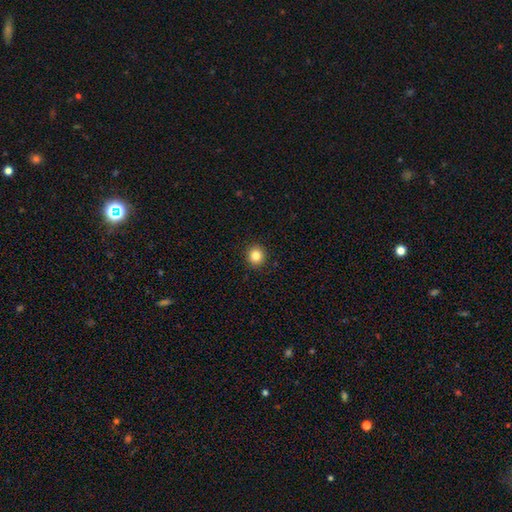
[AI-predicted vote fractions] Smooth or featured? smooth (84%)
How rounded? round (90%)
Merging? none (92%)